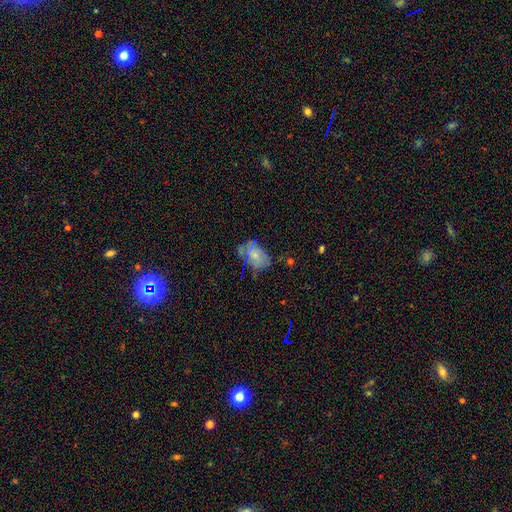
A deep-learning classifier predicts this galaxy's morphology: Q: Smooth or featured?
A: smooth (59%); runner-up: featured or disk (27%)
Q: How rounded?
A: in between (86%); runner-up: round (13%)
Q: Merging?
A: none (48%); runner-up: minor disturbance (31%)